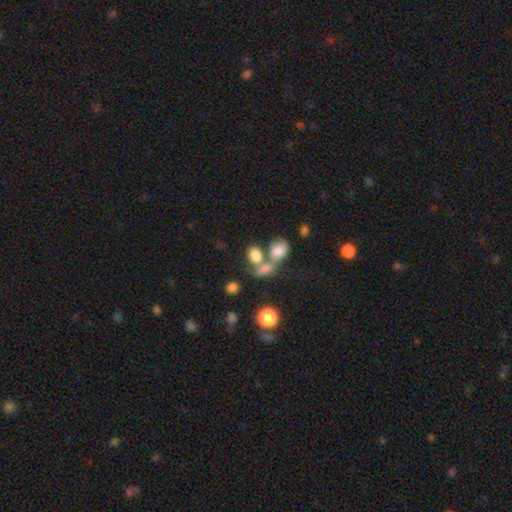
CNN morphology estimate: A smooth galaxy with no disk features (75%) that is in between round and cigar-shaped (70%). Merging: merger (53%).